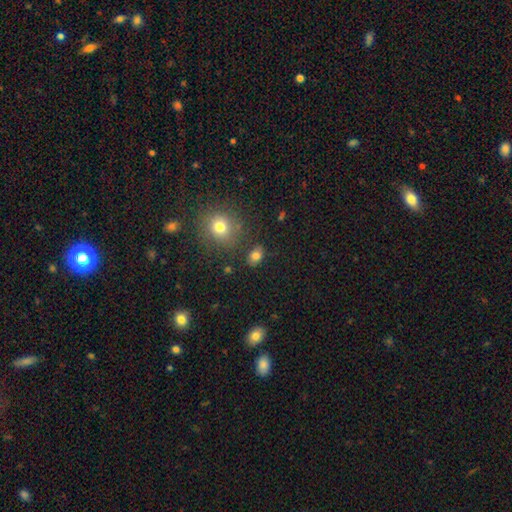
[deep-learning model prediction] smooth_or_featured: smooth (p=0.80) [alt: star or artifact p=0.12]
how_rounded: in between (p=0.73) [alt: round p=0.25]
merging: none (p=0.81) [alt: minor disturbance p=0.11]